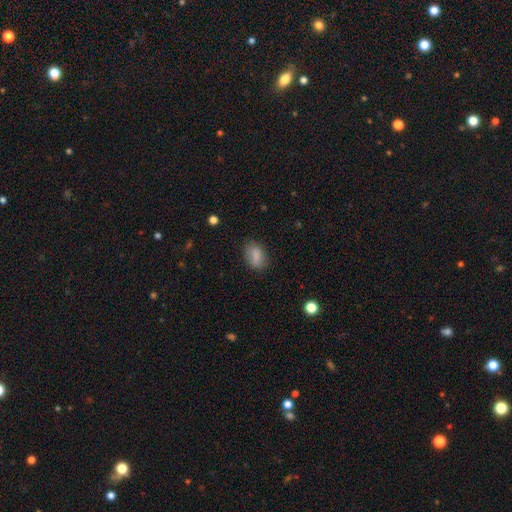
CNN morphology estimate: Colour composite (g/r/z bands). It shows a smooth galaxy with no disk features (82%) that is in between round and cigar-shaped (85%). Merging: none (76%).